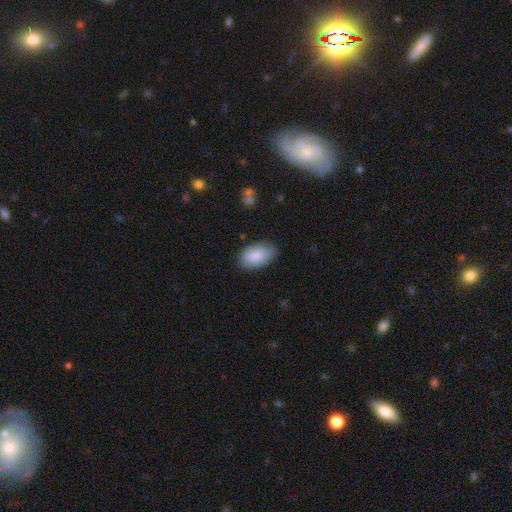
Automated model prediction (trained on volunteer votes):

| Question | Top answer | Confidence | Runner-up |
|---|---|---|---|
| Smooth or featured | smooth | 86% | featured or disk (8%) |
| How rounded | in between | 94% | round (4%) |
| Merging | none | 79% | minor disturbance (17%) |